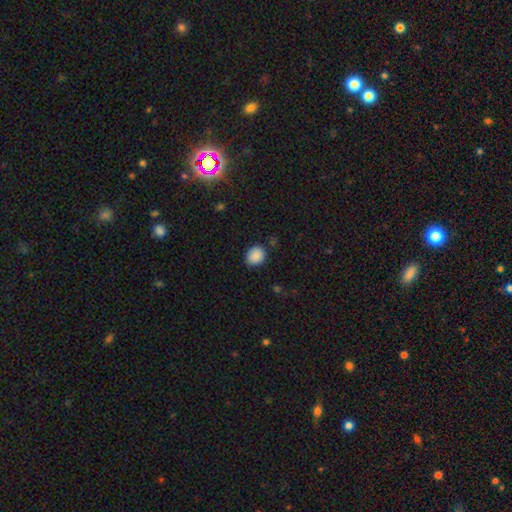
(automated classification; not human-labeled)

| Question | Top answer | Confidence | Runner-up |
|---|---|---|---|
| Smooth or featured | smooth | 88% | star or artifact (8%) |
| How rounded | round | 60% | in between (39%) |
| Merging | none | 82% | minor disturbance (13%) |